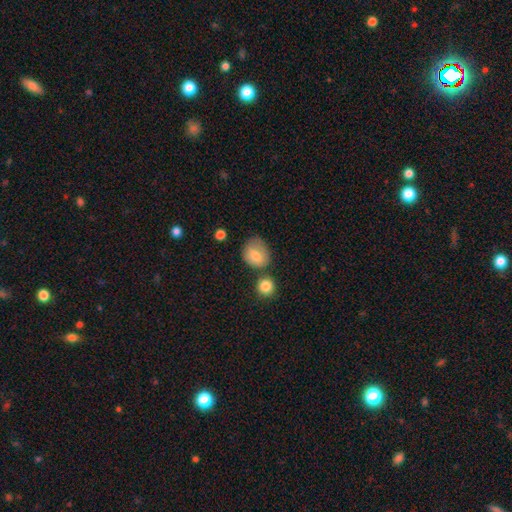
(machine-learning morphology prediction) smooth 78%, featured or disk 13%, star or artifact 8%. Down the decision tree: how rounded — round (58%); merging — none (53%).